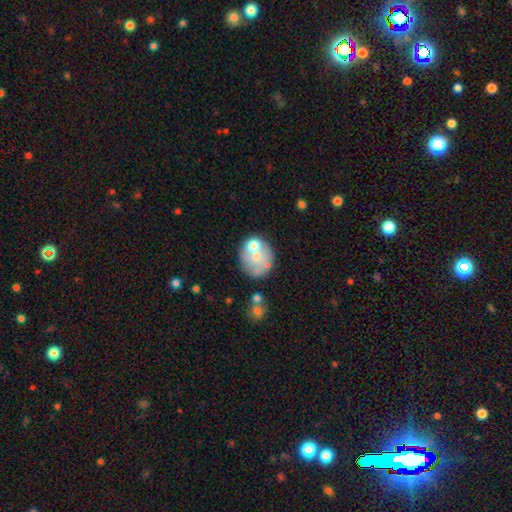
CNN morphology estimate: smooth 49%, featured or disk 40%, star or artifact 11%. Down the decision tree: merging — none (48%).